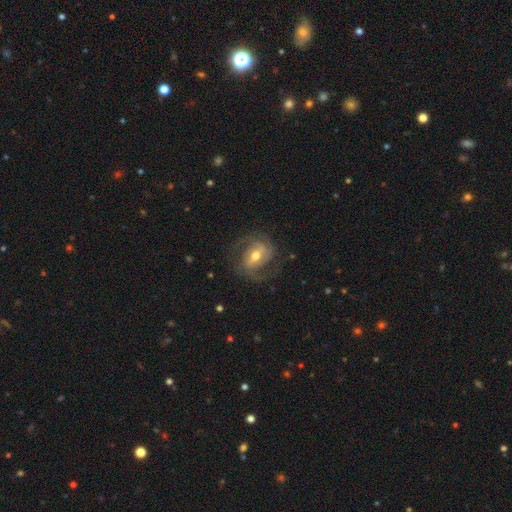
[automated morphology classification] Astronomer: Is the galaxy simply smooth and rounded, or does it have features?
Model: featured or disk — 82%.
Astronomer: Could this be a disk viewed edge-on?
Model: no — 97%.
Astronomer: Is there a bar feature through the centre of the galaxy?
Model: weak — 45% (runner-up: strong, 36%).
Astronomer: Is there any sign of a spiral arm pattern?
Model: yes — 93%.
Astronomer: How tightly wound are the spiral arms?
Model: medium — 50% (runner-up: tight, 28%).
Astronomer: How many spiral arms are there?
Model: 2 — 72%.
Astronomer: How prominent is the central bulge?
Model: moderate — 70%.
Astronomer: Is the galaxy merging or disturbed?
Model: none — 68%.